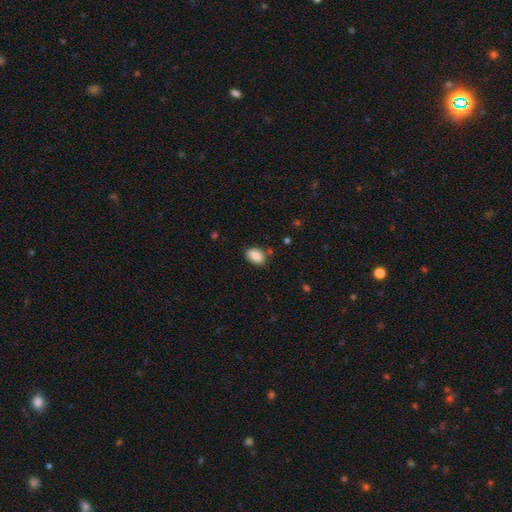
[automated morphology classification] Overall: smooth (87%). How rounded: in between (87%). Merging: none (75%).